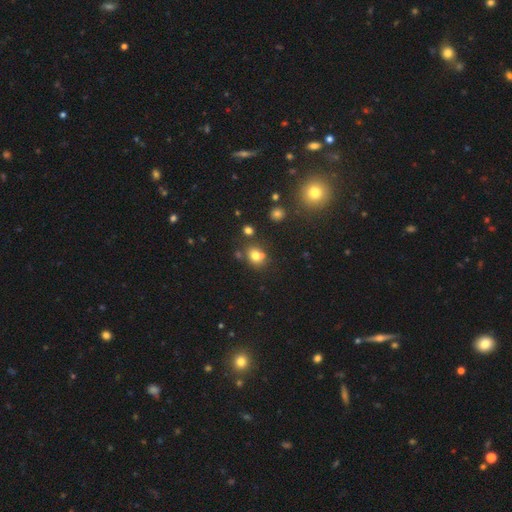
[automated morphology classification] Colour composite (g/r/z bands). It shows a smooth galaxy with no disk features (73%) that is round (68%). Merging: none (61%).